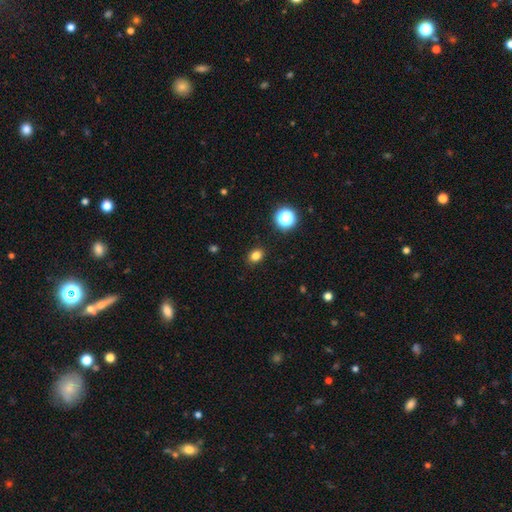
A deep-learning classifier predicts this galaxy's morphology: Overall: smooth (80%). How rounded: in between (56%; round 42%). Merging: none (89%).